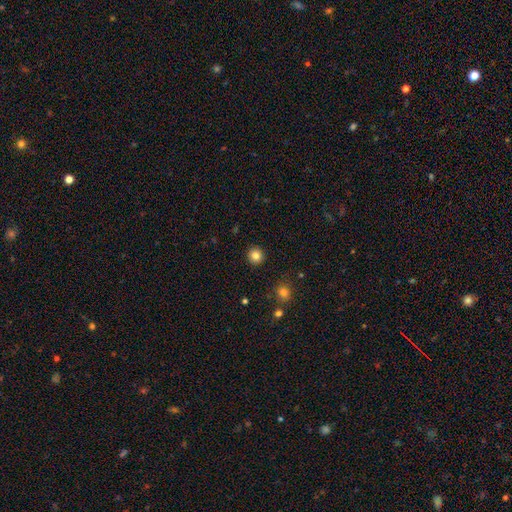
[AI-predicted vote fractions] This is clearly a smooth galaxy (83%). How rounded: clearly round (94%). Merging: clearly none (93%).